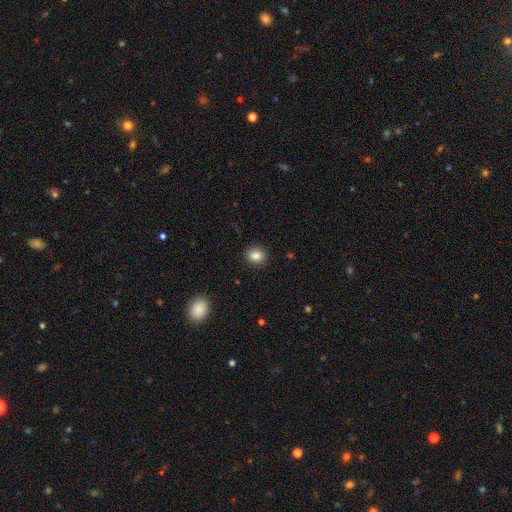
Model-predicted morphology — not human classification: Smooth or featured? smooth (86%)
How rounded? round (74%)
Merging? none (90%)